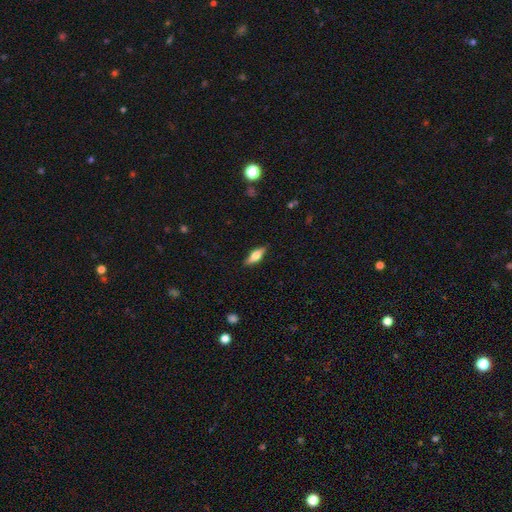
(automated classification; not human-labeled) Overall: smooth (57%; featured or disk 37%). How rounded: in between (60%; cigar-shaped 37%). Merging: none (87%).